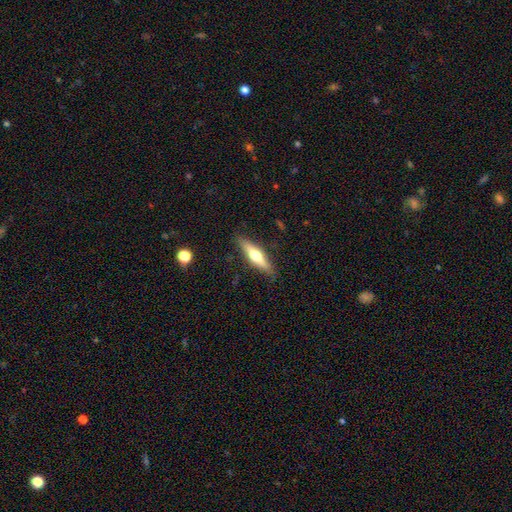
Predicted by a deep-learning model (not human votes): Smooth or featured?
  - featured or disk: 51% *
  - smooth: 43%
  - star or artifact: 6%
Edge-on disk?
  - yes: 92% *
  - no: 8%
Merging?
  - none: 86% *
  - minor disturbance: 10%
  - major disturbance: 2%
  - merger: 1%